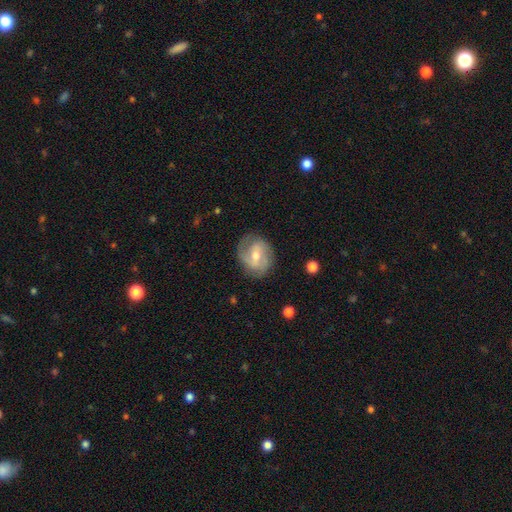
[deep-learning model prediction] Morphology: type=featured or disk (70%); edge-on=no (97%); bar=weak (51%); spiral arms=yes (88%); winding=medium (45%); arm count=2 (63%); bulge=moderate (58%); merging=none (74%).